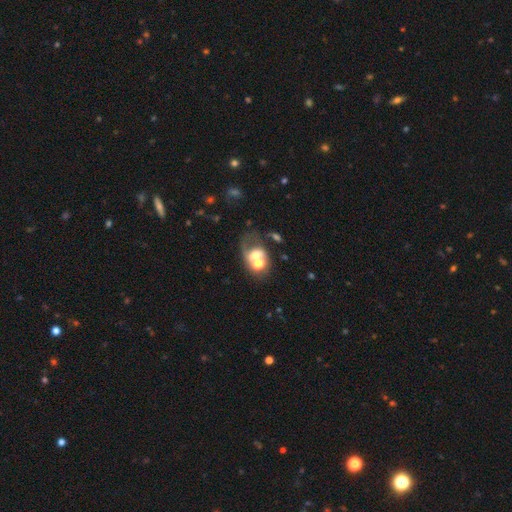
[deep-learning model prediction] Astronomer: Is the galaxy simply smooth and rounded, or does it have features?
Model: smooth — 42% (runner-up: featured or disk, 41%).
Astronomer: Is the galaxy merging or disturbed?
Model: merger — 46% (runner-up: none, 24%).